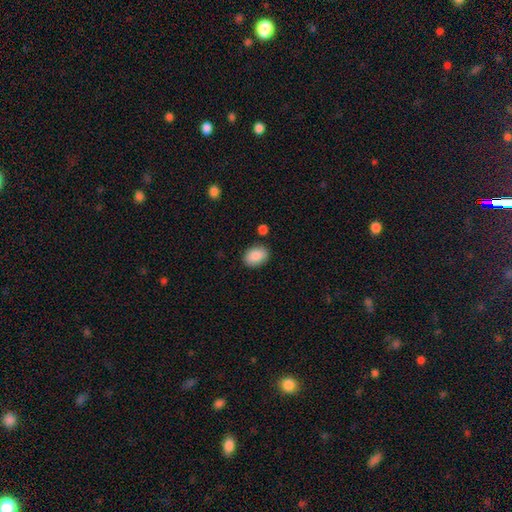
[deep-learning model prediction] A smooth galaxy with no disk features (88%) that is in between round and cigar-shaped (80%). Merging: none (84%).